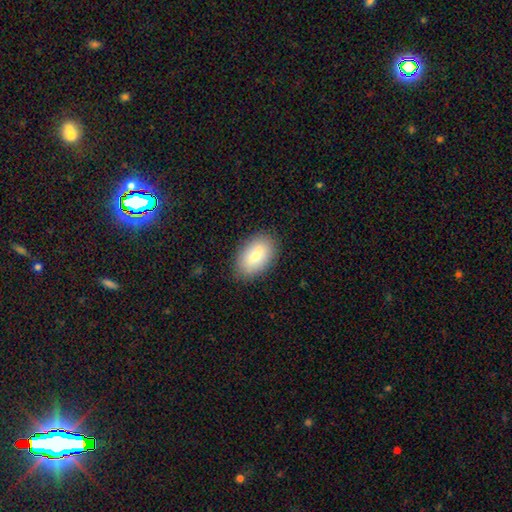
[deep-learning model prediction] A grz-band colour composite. It shows a smooth galaxy with no disk features (79%) that is in between round and cigar-shaped (91%). Merging: none (83%).